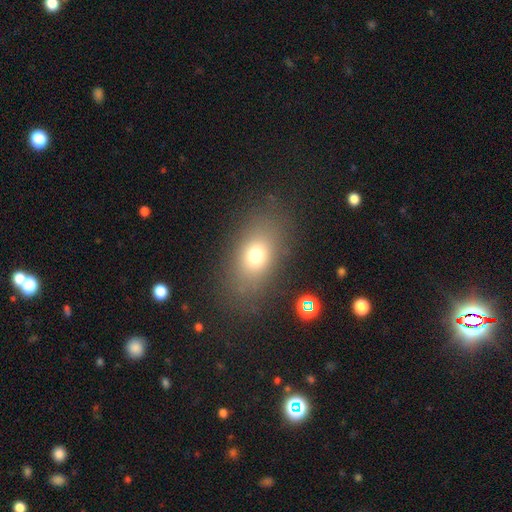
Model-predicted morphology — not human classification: smooth_or_featured: smooth (p=0.71) [alt: star or artifact p=0.15]
how_rounded: in between (p=0.77) [alt: round p=0.20]
merging: none (p=0.80) [alt: minor disturbance p=0.11]